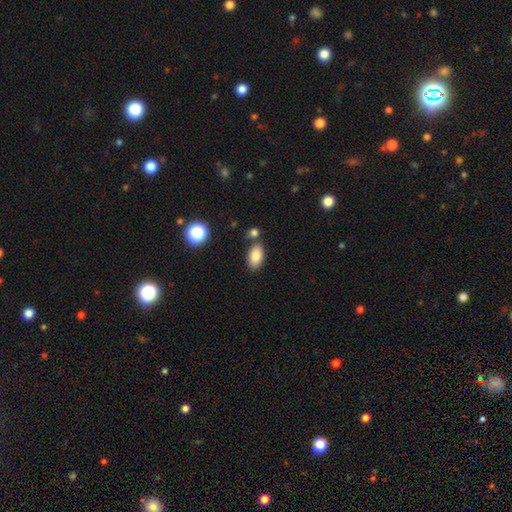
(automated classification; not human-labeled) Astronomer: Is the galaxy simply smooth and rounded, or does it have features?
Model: smooth — 85%.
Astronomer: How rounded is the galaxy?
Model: in between — 92%.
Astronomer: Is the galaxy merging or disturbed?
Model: none — 73%.